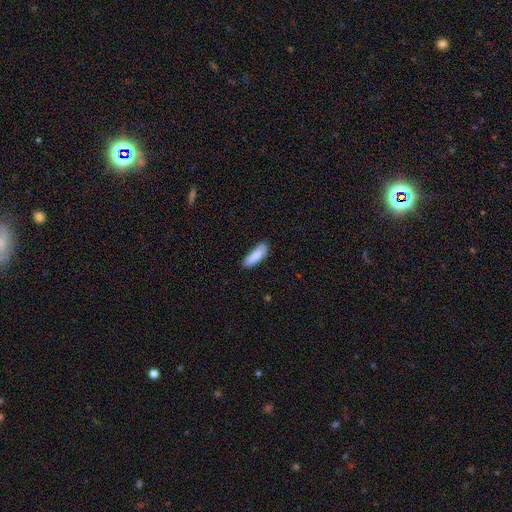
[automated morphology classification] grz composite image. It shows a smooth galaxy with no disk features (86%) that is in between round and cigar-shaped (52%). Merging: none (78%).